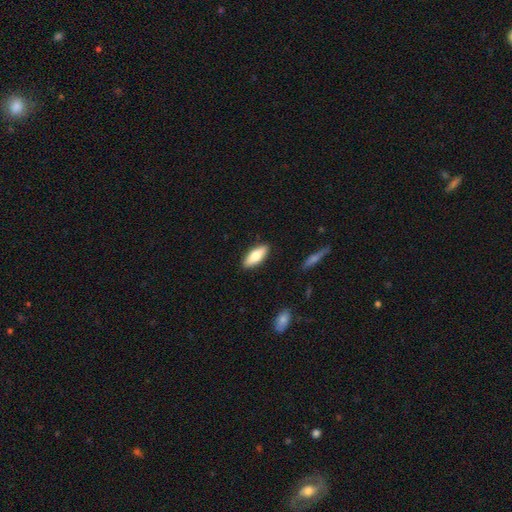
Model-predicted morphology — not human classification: Smooth or featured? smooth (73%)
How rounded? in between (75%)
Merging? none (89%)